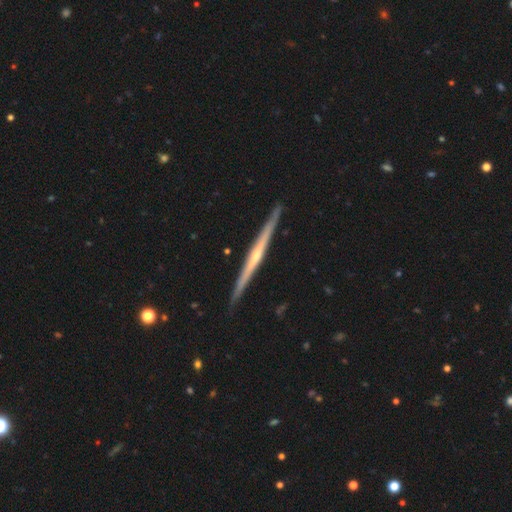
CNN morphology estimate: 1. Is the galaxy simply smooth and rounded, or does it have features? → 79% featured or disk, 16% smooth, 5% star or artifact.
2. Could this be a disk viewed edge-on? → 98% yes, 2% no.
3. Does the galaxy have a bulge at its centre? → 55% rounded, 39% none, 6% boxy.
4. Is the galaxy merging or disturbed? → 91% none, 6% minor disturbance, 1% major disturbance, 1% merger.